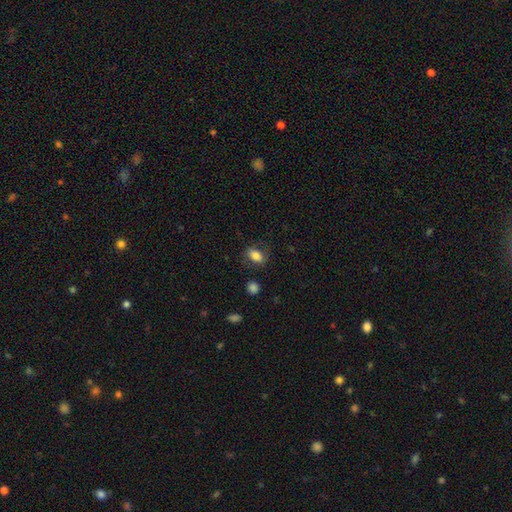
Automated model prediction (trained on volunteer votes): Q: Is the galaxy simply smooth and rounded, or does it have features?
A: smooth — 81%.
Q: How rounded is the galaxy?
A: in between — 81%.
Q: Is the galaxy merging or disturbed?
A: none — 73%.